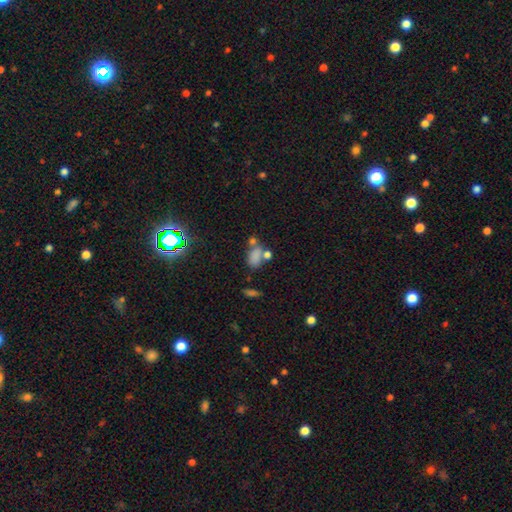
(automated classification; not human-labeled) Q: Smooth or featured?
A: smooth (73%); runner-up: star or artifact (15%)
Q: How rounded?
A: in between (82%); runner-up: round (14%)
Q: Merging?
A: merger (40%); runner-up: none (36%)